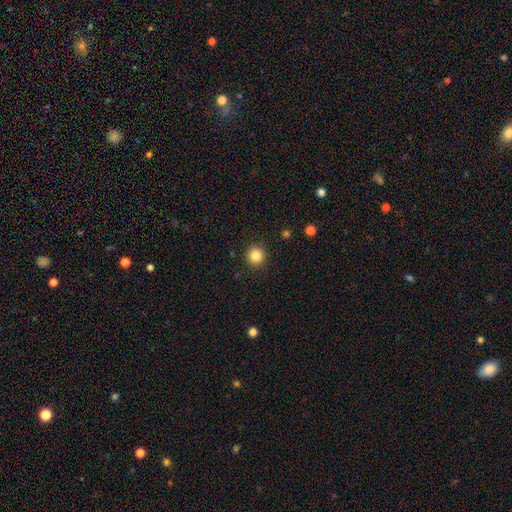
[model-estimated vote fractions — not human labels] Q: Smooth or featured?
A: smooth (84%); runner-up: star or artifact (11%)
Q: How rounded?
A: round (93%); runner-up: in between (6%)
Q: Merging?
A: none (91%); runner-up: minor disturbance (6%)